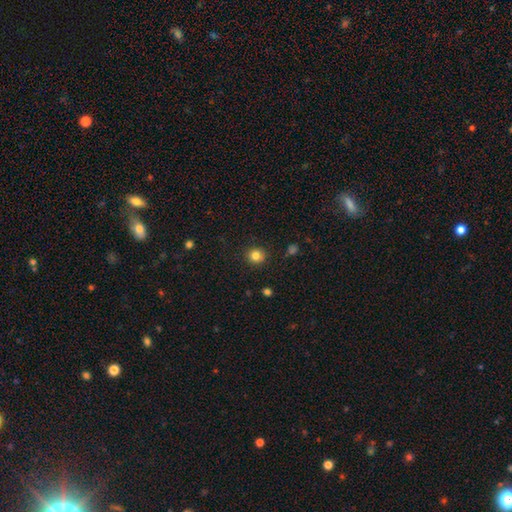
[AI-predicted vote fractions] A smooth galaxy with no disk features (82%) that is round (91%).

Vote fractions:
- Smooth or featured? smooth: 82% / star or artifact: 12% / featured or disk: 6%
- How rounded? round: 91% / in between: 8% / cigar-shaped: 1%
- Merging? none: 91% / minor disturbance: 6% / major disturbance: 2% / merger: 1%